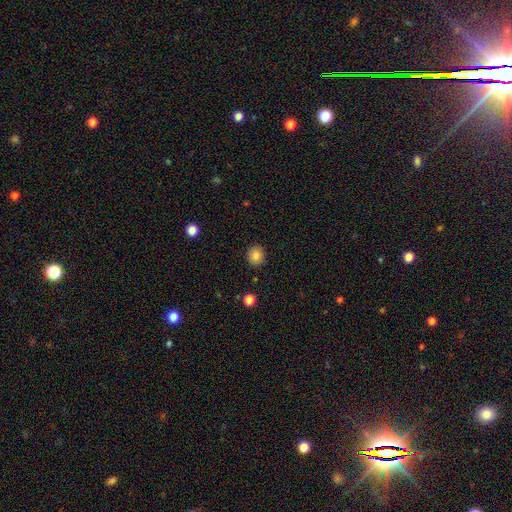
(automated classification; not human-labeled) A smooth galaxy with no disk features (84%) that is round (89%). Merging: none (91%).